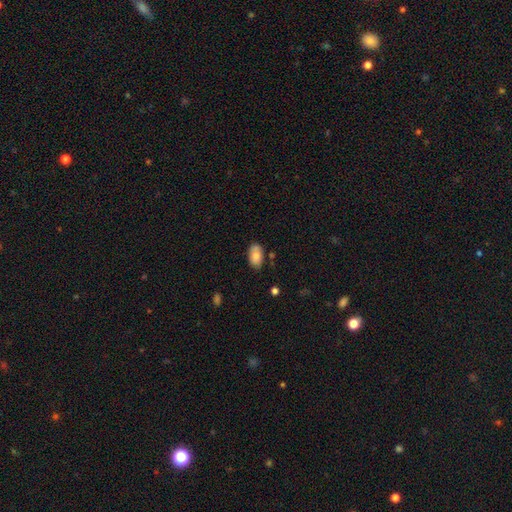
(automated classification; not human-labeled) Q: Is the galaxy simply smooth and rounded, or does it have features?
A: smooth — 81%.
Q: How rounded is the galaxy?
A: in between — 93%.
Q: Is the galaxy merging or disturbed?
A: none — 73%.